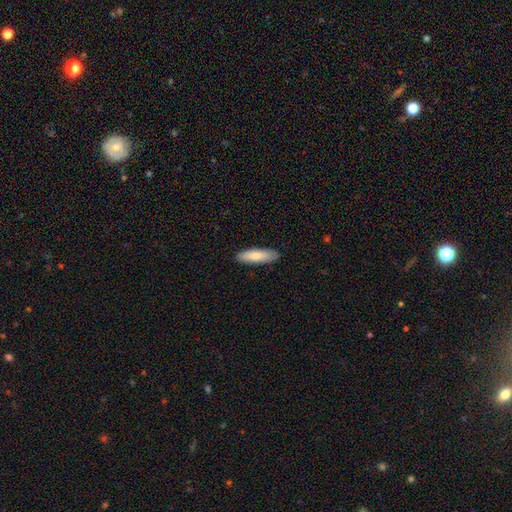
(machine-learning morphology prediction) type=smooth (81%); roundness=cigar-shaped (56%); merging=none (88%).